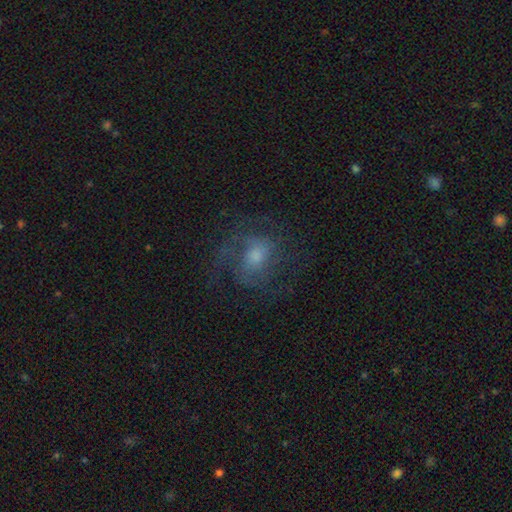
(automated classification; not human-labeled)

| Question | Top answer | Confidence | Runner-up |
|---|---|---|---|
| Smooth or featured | featured or disk | 63% | smooth (25%) |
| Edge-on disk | no | 97% | yes (3%) |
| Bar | no | 65% | weak (30%) |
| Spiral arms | yes | 83% | no (17%) |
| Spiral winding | medium | 49% | tight (27%) |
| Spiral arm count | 2 | 33% | can't tell (31%) |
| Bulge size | moderate | 49% | small (32%) |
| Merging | none | 61% | major disturbance (21%) |